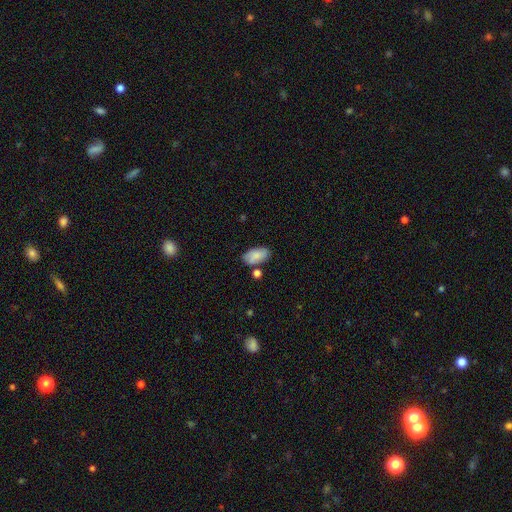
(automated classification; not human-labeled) This appears to be a smooth galaxy with no disk features (84%) that is in between round and cigar-shaped (94%). Merging: none (71%).